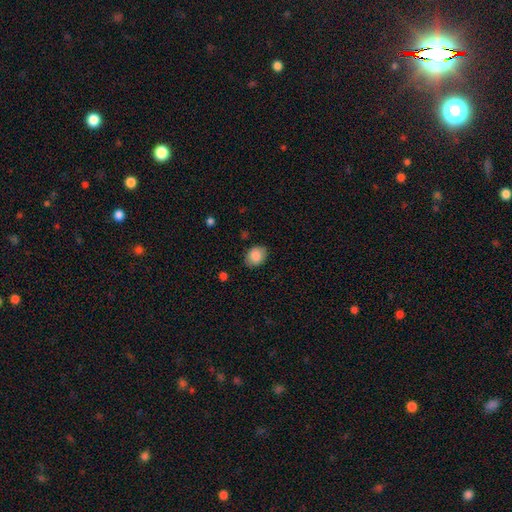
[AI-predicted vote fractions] Morphology: type=smooth (87%); roundness=in between (59%); merging=none (81%).